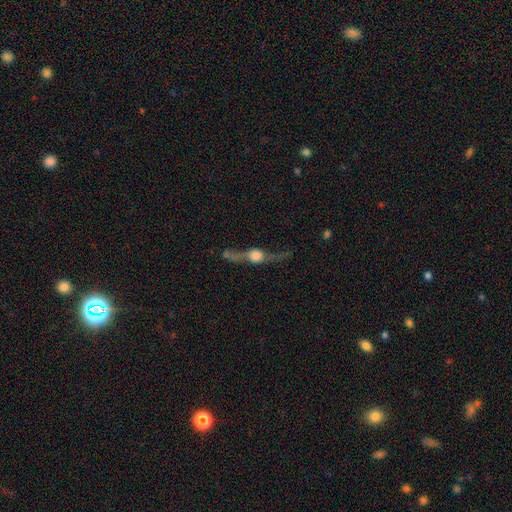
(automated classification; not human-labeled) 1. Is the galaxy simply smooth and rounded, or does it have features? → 76% featured or disk, 15% smooth, 10% star or artifact.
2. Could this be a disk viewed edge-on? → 85% yes, 15% no.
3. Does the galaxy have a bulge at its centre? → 92% rounded, 6% boxy, 2% none.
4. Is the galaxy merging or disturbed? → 58% none, 18% minor disturbance, 15% major disturbance, 9% merger.